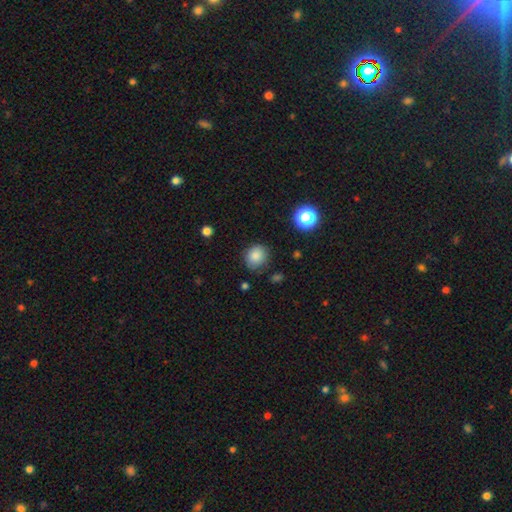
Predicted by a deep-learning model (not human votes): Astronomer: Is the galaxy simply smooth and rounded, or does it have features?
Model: smooth — 85%.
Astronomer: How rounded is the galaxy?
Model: round — 78%.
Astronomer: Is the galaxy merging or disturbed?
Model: none — 78%.